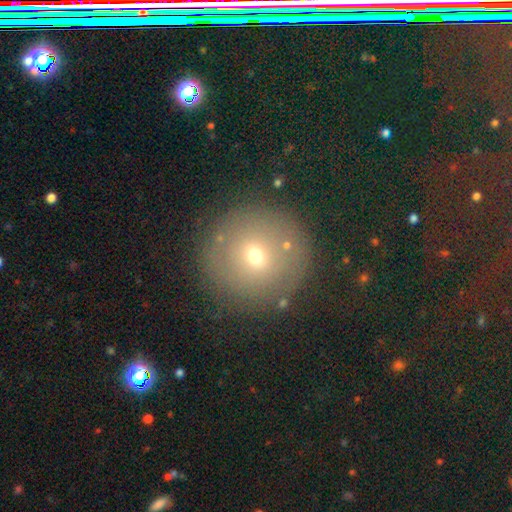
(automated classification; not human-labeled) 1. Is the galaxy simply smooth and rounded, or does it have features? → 63% smooth, 20% featured or disk, 17% star or artifact.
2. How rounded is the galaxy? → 96% round, 3% in between, 1% cigar-shaped.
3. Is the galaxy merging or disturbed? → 84% none, 9% minor disturbance, 4% major disturbance, 3% merger.